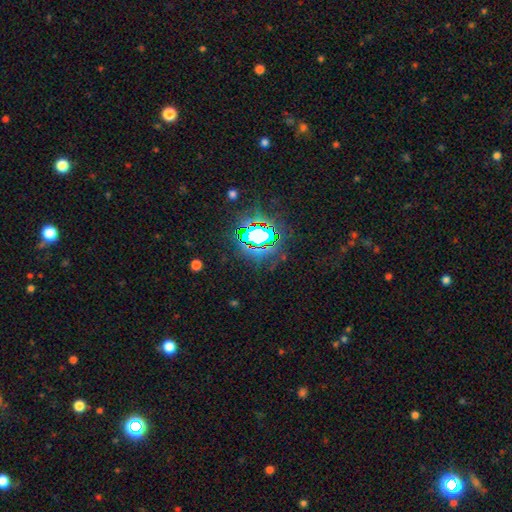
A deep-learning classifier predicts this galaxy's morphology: A star or artifact, not a galaxy (78%).

Vote fractions:
- Smooth or featured? star or artifact: 78% / smooth: 13% / featured or disk: 9%